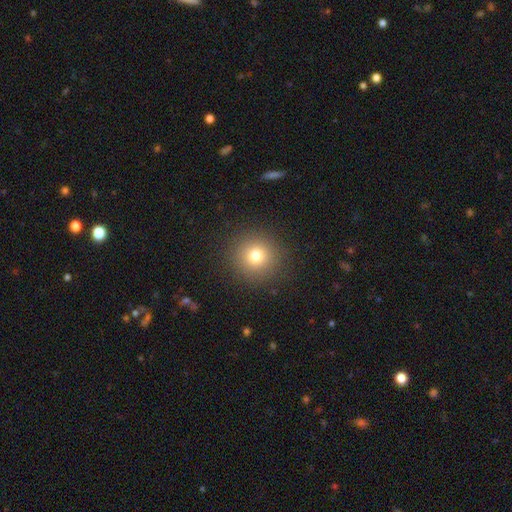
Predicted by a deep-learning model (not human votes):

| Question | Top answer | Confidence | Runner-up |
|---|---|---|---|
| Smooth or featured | smooth | 77% | star or artifact (14%) |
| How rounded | round | 94% | in between (5%) |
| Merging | none | 90% | minor disturbance (6%) |